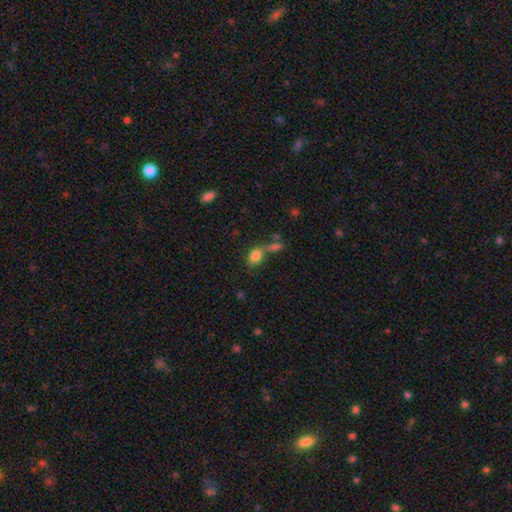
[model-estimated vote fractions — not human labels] Smooth or featured? smooth (81%)
How rounded? in between (63%)
Merging? none (43%)